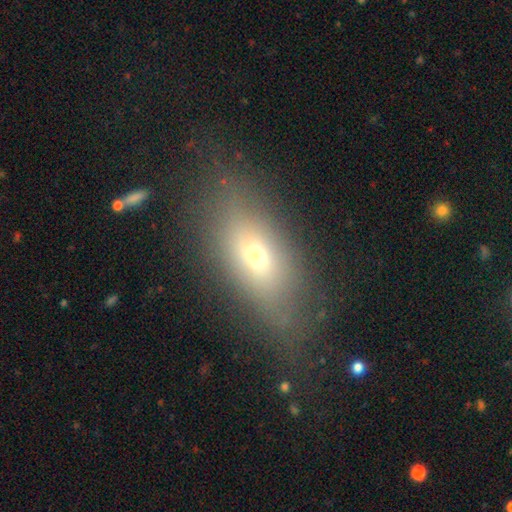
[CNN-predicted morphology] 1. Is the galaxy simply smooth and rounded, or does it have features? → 62% smooth, 24% featured or disk, 14% star or artifact.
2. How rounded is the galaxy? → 72% in between, 17% cigar-shaped, 11% round.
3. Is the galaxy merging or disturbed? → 70% none, 17% minor disturbance, 11% major disturbance, 2% merger.